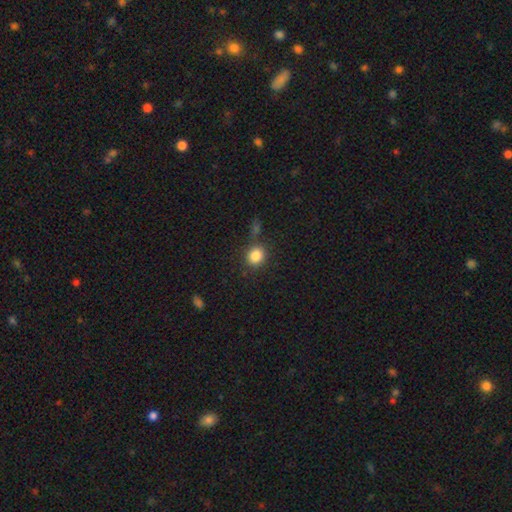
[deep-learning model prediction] smooth-or-featured: smooth: 84% | star or artifact: 10% | featured or disk: 5%
  how-rounded: round: 71% | in between: 28% | cigar-shaped: 1%
  merging: none: 75% | minor disturbance: 12% | merger: 8% | major disturbance: 4%